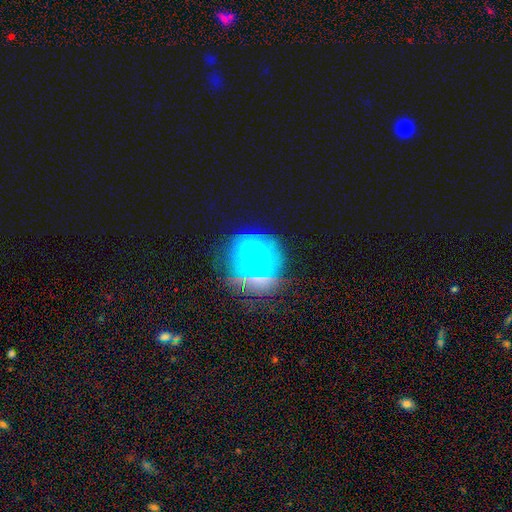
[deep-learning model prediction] Smooth or featured? smooth (47%)
Merging? none (68%)